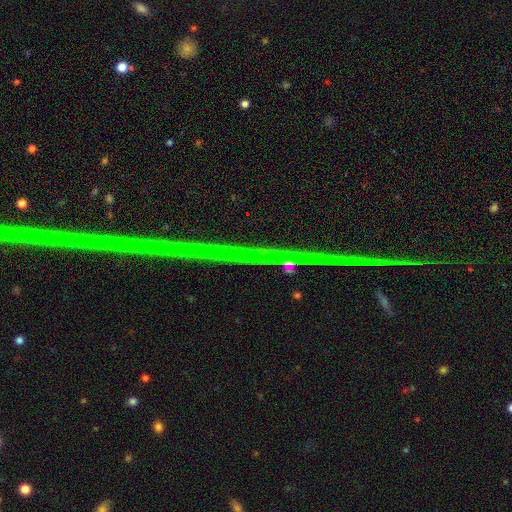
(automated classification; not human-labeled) star or artifact 85%, featured or disk 10%, smooth 5%.